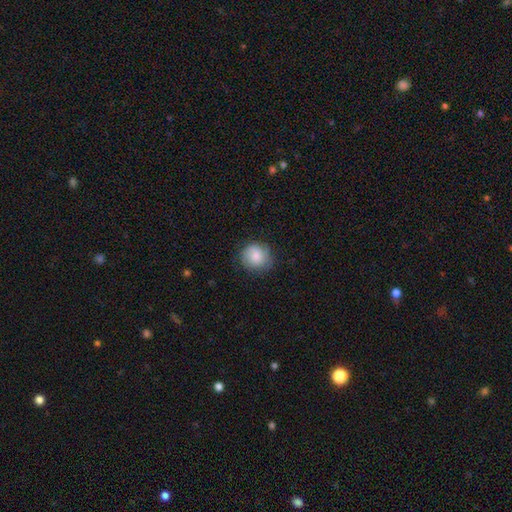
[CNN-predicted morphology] Overall: smooth (81%). How rounded: round (87%). Merging: none (80%).